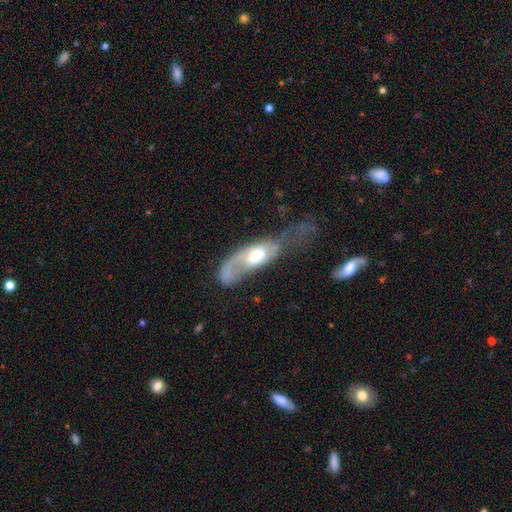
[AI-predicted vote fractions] This appears to be a featured or disk galaxy (60%) with no bar (68%), spiral arms (65%) and a moderate central bulge (62%). Merging: major disturbance (51%).